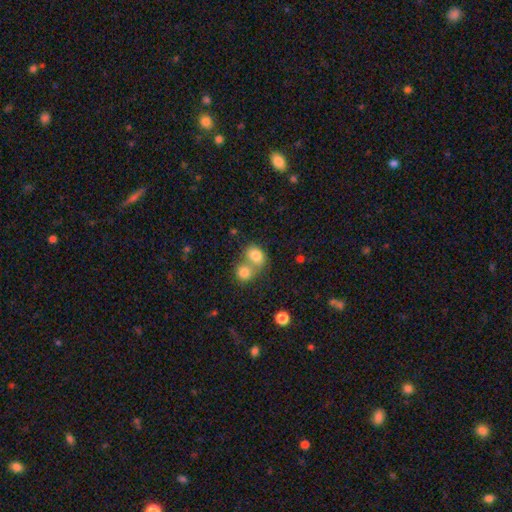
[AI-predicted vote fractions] Smooth or featured? smooth (80%)
How rounded? in between (57%)
Merging? merger (58%)